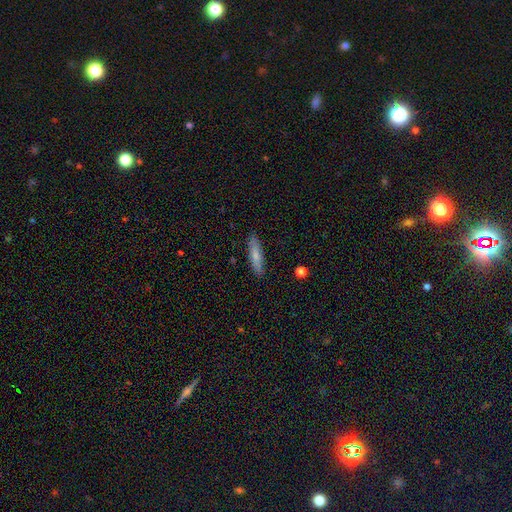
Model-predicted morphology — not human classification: Smooth or featured? smooth (71%)
How rounded? cigar-shaped (78%)
Merging? none (88%)